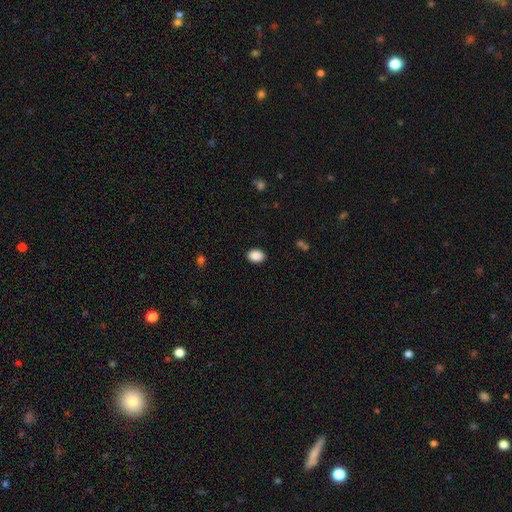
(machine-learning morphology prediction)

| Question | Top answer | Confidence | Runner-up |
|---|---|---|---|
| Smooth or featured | smooth | 89% | star or artifact (8%) |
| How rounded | in between | 73% | round (26%) |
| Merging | none | 89% | minor disturbance (8%) |